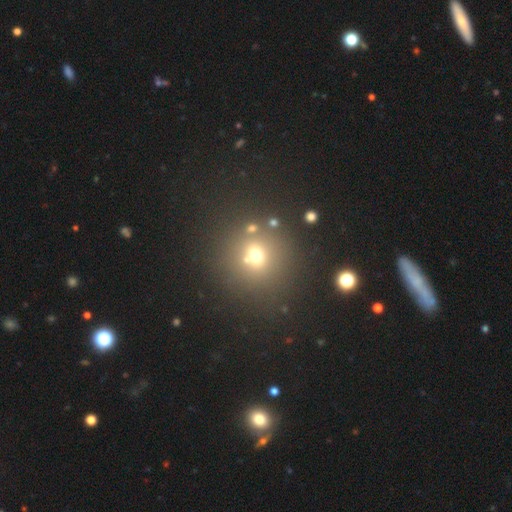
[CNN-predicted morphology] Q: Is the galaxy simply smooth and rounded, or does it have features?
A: smooth — 61%.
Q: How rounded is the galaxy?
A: round — 85%.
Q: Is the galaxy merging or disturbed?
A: none — 71%.